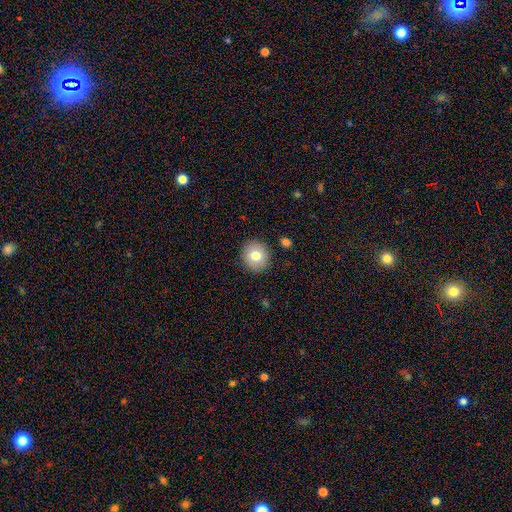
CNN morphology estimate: smooth 79%, featured or disk 12%, star or artifact 9%. Down the decision tree: how rounded — round (90%); merging — none (90%).